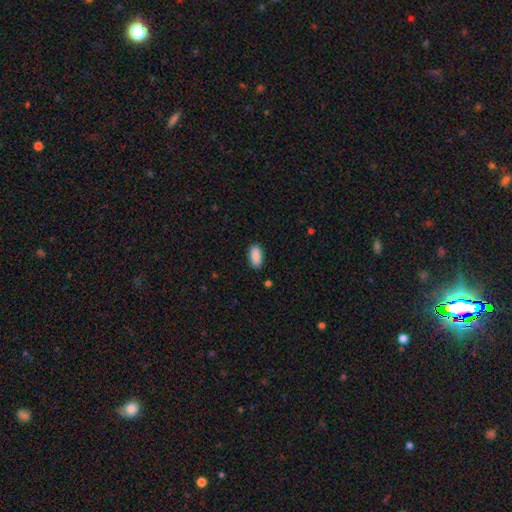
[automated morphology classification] smooth-or-featured: smooth: 90% | star or artifact: 7% | featured or disk: 3%
  how-rounded: in between: 91% | cigar-shaped: 7% | round: 2%
  merging: none: 87% | minor disturbance: 10% | major disturbance: 2% | merger: 1%